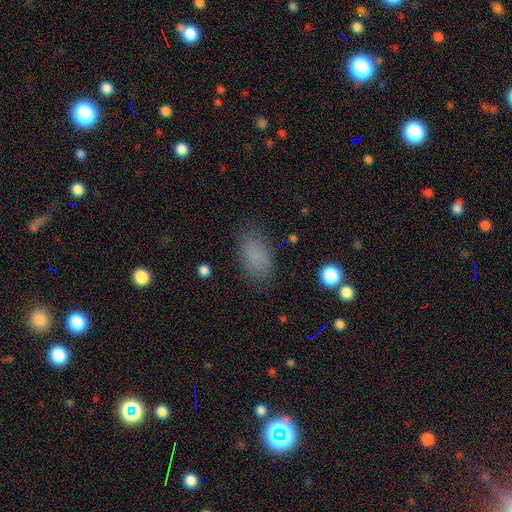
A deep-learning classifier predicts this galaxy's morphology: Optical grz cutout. It shows a smooth galaxy with no disk features (83%) that is in between round and cigar-shaped (92%). Merging: none (81%).